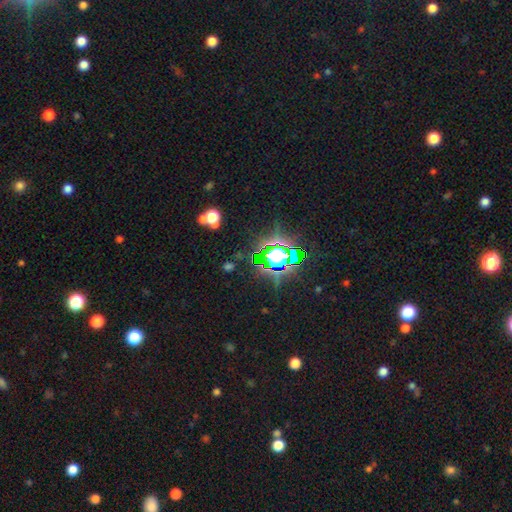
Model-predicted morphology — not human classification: Smooth or featured? Predicted: star or artifact (p=0.80).